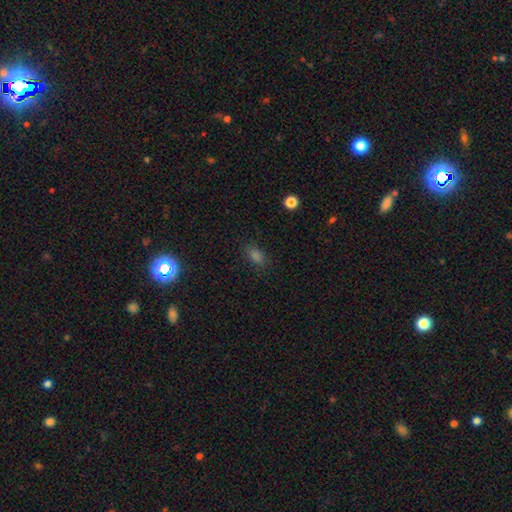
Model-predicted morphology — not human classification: This is likely a smooth galaxy (69%). How rounded: likely in between (78%). Merging: clearly none (84%).